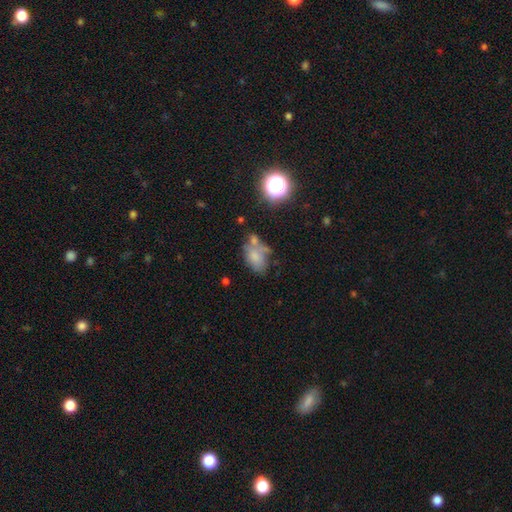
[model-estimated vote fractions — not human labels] Morphology: type=smooth (67%); roundness=in between (84%); merging=none (35%).